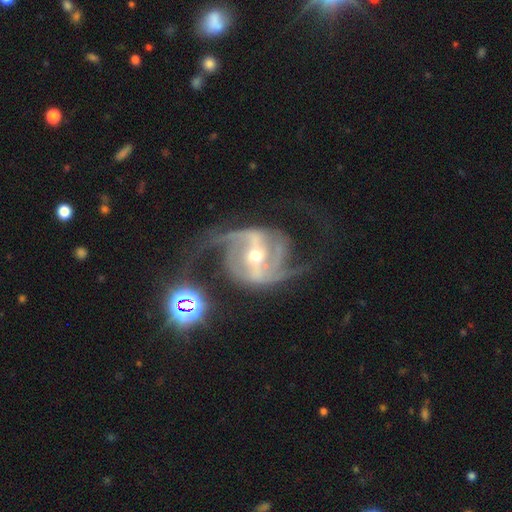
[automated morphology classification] Smooth or featured? Predicted: featured or disk (p=0.91). Edge-on disk? Predicted: no (p=0.97). Bar? Predicted: strong (p=0.60). Spiral arms? Predicted: yes (p=0.97). Spiral winding? Predicted: medium (p=0.47). Spiral arm count? Predicted: 2 (p=0.79). Bulge size? Predicted: moderate (p=0.57). Merging? Predicted: none (p=0.60).